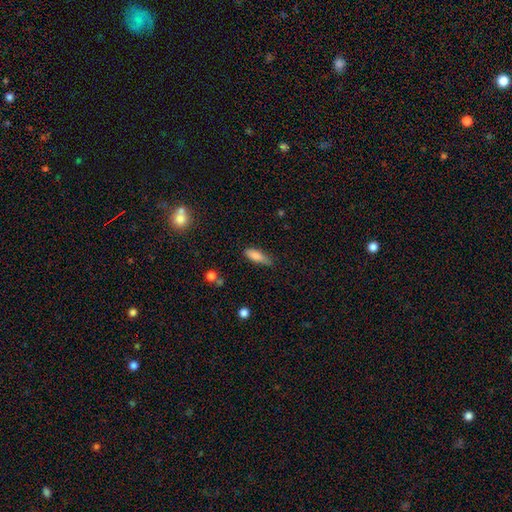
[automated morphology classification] Smooth or featured? smooth (83%)
How rounded? in between (58%)
Merging? none (61%)